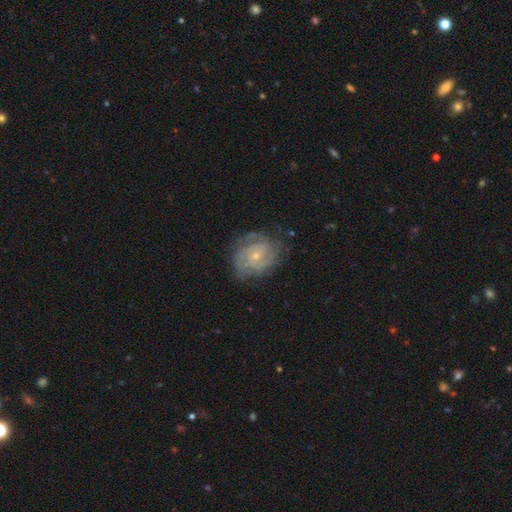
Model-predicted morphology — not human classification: Q: Smooth or featured?
A: featured or disk (85%); runner-up: smooth (9%)
Q: Edge-on disk?
A: no (98%); runner-up: yes (2%)
Q: Bar?
A: no (72%); runner-up: weak (24%)
Q: Spiral arms?
A: yes (96%); runner-up: no (4%)
Q: Spiral winding?
A: tight (72%); runner-up: medium (24%)
Q: Spiral arm count?
A: can't tell (29%); runner-up: 2 (25%)
Q: Bulge size?
A: small (71%); runner-up: moderate (25%)
Q: Merging?
A: none (74%); runner-up: minor disturbance (18%)